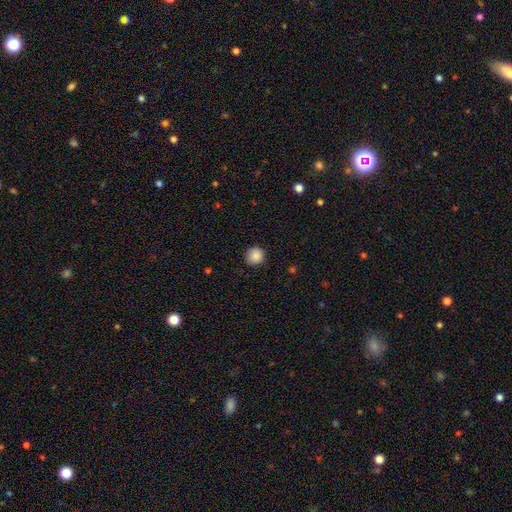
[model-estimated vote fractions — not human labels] A smooth galaxy with no disk features (88%) that is round (90%). Merging: none (85%).